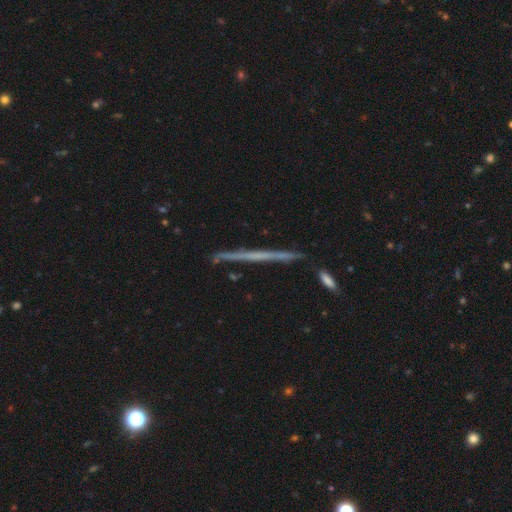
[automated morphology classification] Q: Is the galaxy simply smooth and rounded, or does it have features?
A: featured or disk — 64%.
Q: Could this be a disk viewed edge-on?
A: yes — 97%.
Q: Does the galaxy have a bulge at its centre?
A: none — 87%.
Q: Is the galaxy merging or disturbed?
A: none — 89%.